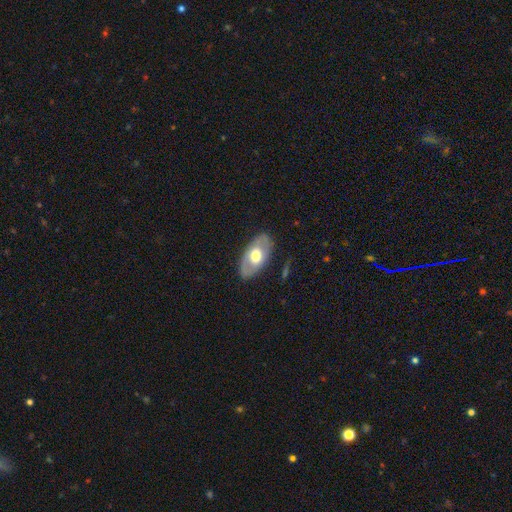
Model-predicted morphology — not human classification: A featured or disk galaxy (48%). Merging: none (83%).